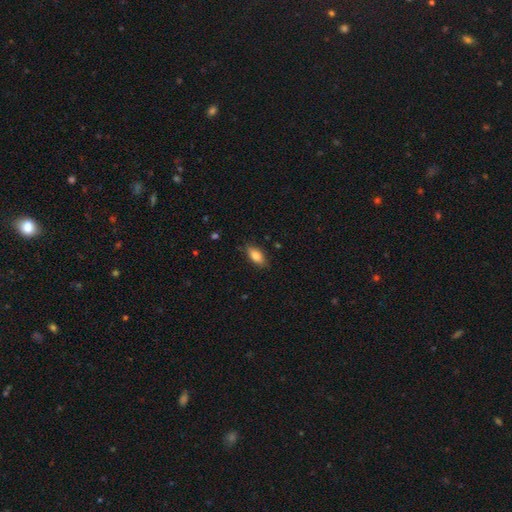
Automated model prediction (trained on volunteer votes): Smooth or featured?
  - smooth: 83% *
  - featured or disk: 10%
  - star or artifact: 7%
How rounded?
  - in between: 86% *
  - cigar-shaped: 11%
  - round: 3%
Merging?
  - none: 81% *
  - minor disturbance: 15%
  - major disturbance: 3%
  - merger: 1%